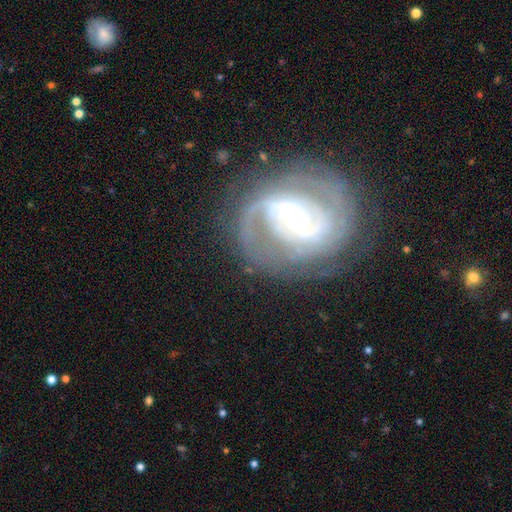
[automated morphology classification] smooth-or-featured: featured or disk: 88% | smooth: 6% | star or artifact: 6%
  disk-edge-on: no: 97% | yes: 3%
    bar: strong: 44% | weak: 39% | no: 17%
    has-spiral-arms: yes: 95% | no: 5%
      spiral-winding: tight: 54% | medium: 37% | loose: 9%
      spiral-arm-count: 2: 60% | can't tell: 16% | 3: 13% | 4: 4% | 1: 4% | more than 4: 3%
    bulge-size: small: 52% | moderate: 42% | large: 4% | dominant: 1% | none: 1%
  merging: none: 77% | minor disturbance: 14% | major disturbance: 8% | merger: 1%